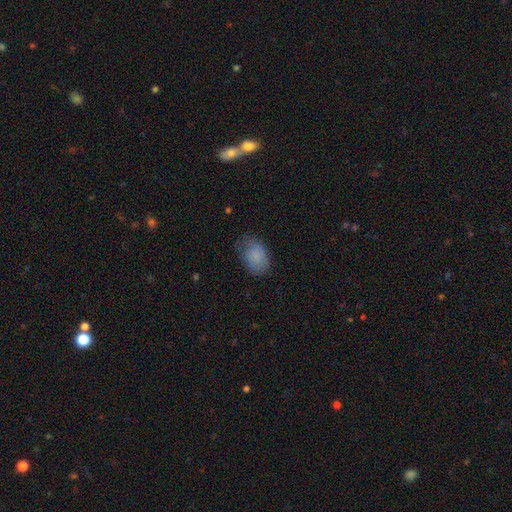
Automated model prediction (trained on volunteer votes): This is clearly a smooth galaxy (81%). How rounded: clearly in between (85%). Merging: likely none (62%).